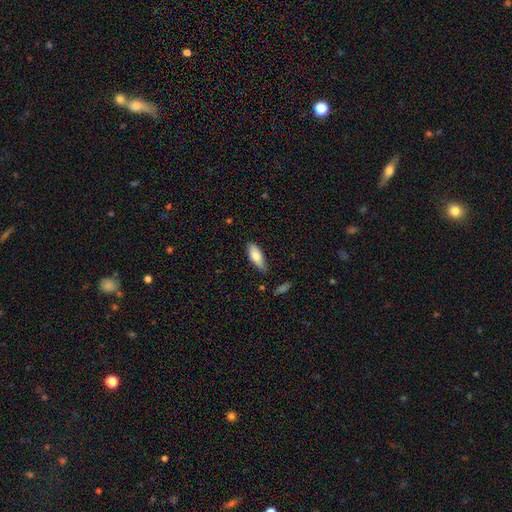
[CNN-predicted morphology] This appears to be a smooth galaxy with no disk features (76%) that is in between round and cigar-shaped (74%). Merging: none (67%).